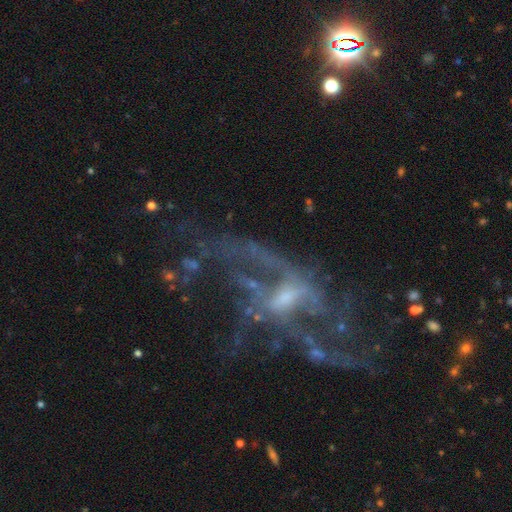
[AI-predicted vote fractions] Smooth or featured: featured or disk — 80% (star or artifact — 14%)
Edge-on disk: no — 95% (yes — 5%)
Bar: weak — 45% (no — 40%)
Spiral arms: yes — 82% (no — 18%)
Spiral winding: loose — 65% (medium — 26%)
Spiral arm count: 2 — 34% (can't tell — 28%)
Bulge size: small — 57% (moderate — 28%)
Merging: none — 46% (major disturbance — 34%)